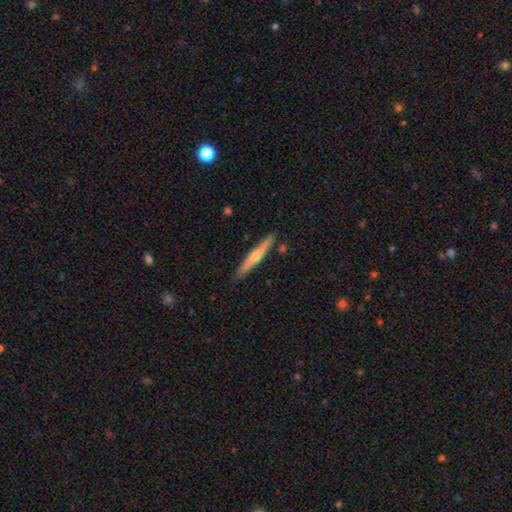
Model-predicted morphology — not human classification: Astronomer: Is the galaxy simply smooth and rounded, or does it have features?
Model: featured or disk — 66%.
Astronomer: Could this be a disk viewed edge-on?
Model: yes — 97%.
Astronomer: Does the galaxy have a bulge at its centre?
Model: rounded — 84%.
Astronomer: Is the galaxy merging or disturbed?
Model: none — 89%.